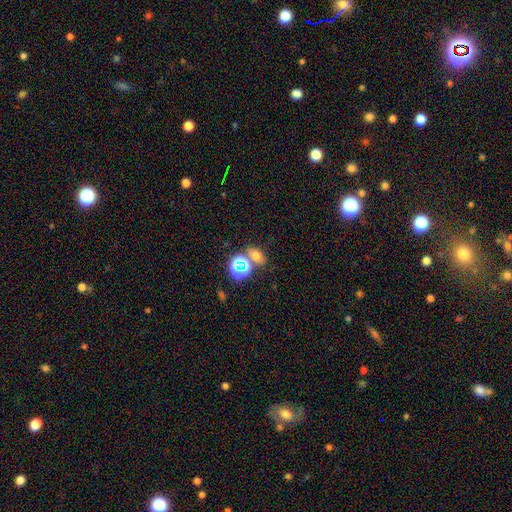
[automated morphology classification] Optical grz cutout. It shows a smooth galaxy with no disk features (58%) that is in between round and cigar-shaped (67%). Merging: none (64%).